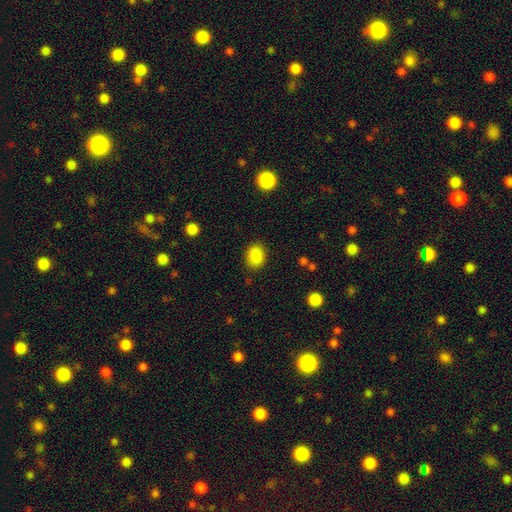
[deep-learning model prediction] A smooth galaxy with no disk features (87%) that is in between round and cigar-shaped (65%).

Vote fractions:
- Smooth or featured? smooth: 87% / star or artifact: 9% / featured or disk: 4%
- How rounded? in between: 65% / round: 34% / cigar-shaped: 1%
- Merging? none: 84% / minor disturbance: 11% / major disturbance: 3% / merger: 2%